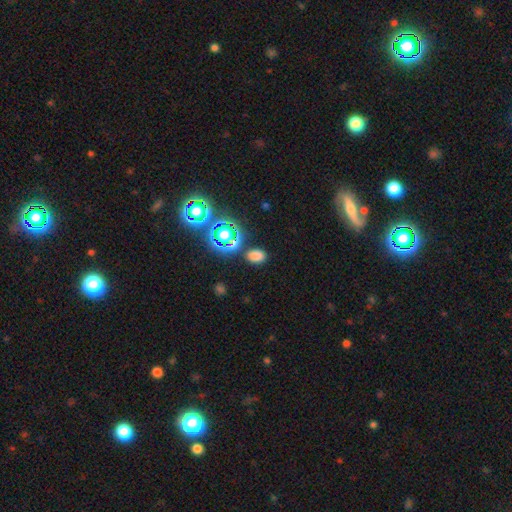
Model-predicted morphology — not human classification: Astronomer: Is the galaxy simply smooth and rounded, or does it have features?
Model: smooth — 72%.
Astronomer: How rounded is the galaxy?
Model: in between — 78%.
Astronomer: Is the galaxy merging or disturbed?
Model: none — 82%.